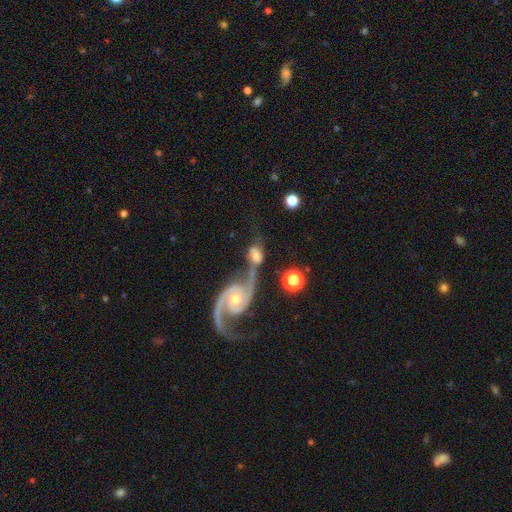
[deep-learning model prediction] Overall: featured or disk (63%; smooth 28%). Edge-on disk: no (94%). Bar: no (54%; weak 33%). Spiral arms: yes (88%). Spiral arm count: 2 (86%). Spiral winding: loose (41%; medium 40%). Bulge size: moderate (48%; small 36%). Merging: merger (61%).